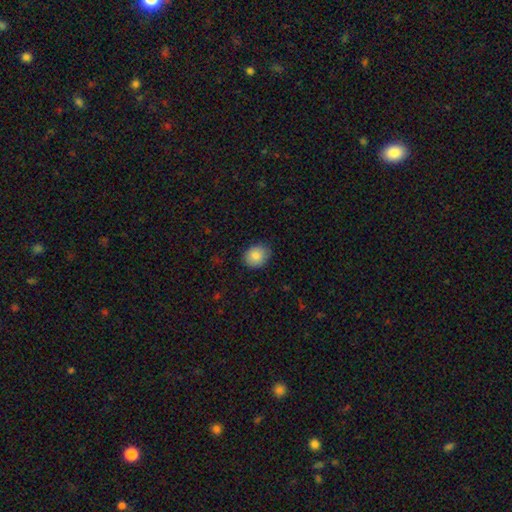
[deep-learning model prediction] smooth_or_featured: smooth (p=0.85) [alt: star or artifact p=0.08]
how_rounded: round (p=0.58) [alt: in between p=0.41]
merging: none (p=0.82) [alt: minor disturbance p=0.15]